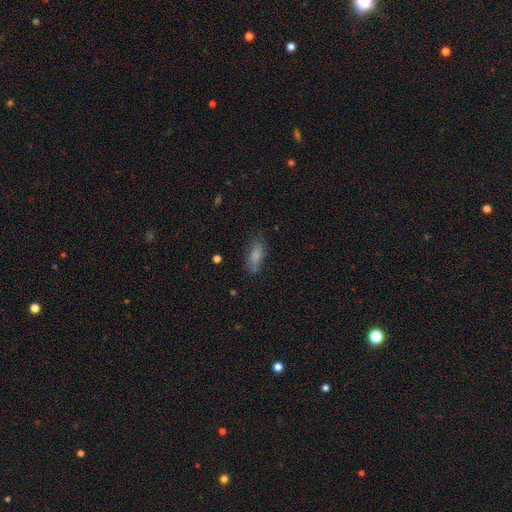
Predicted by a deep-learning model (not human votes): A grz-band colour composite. It shows a smooth galaxy with no disk features (82%) that is in between round and cigar-shaped (70%). Merging: none (72%).